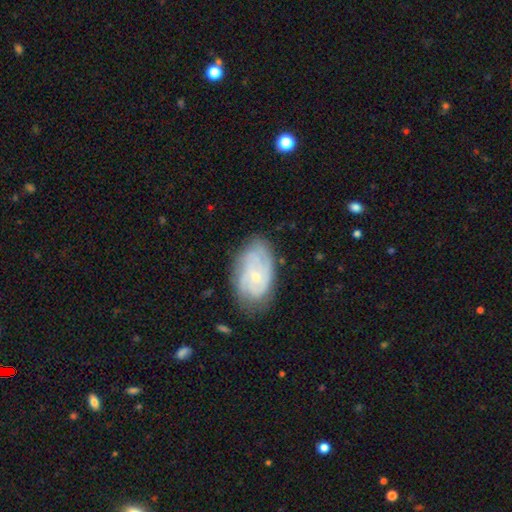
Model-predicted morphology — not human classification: Smooth or featured: featured or disk — 70% (smooth — 23%)
Edge-on disk: no — 96% (yes — 4%)
Bar: no — 68% (weak — 28%)
Spiral arms: yes — 86% (no — 14%)
Spiral winding: tight — 57% (medium — 33%)
Spiral arm count: can't tell — 42% (2 — 22%)
Bulge size: small — 66% (moderate — 30%)
Merging: none — 68% (minor disturbance — 22%)